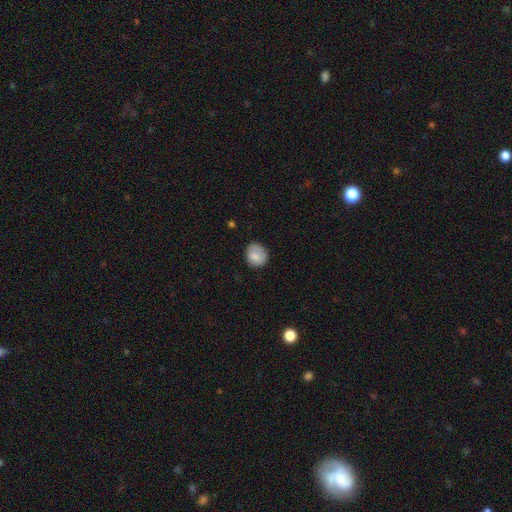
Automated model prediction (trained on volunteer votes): Smooth or featured: smooth — 82% (featured or disk — 10%)
How rounded: round — 73% (in between — 26%)
Merging: none — 75% (minor disturbance — 19%)